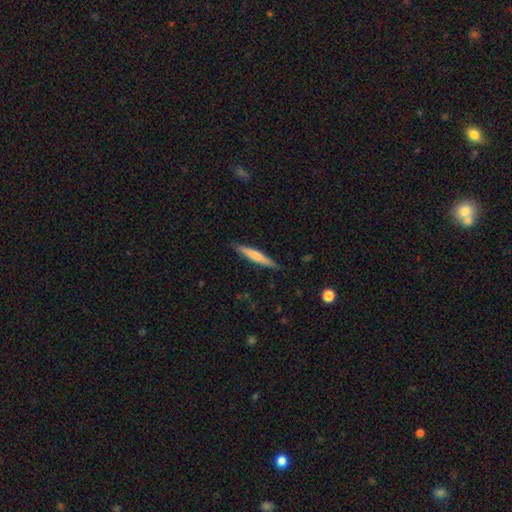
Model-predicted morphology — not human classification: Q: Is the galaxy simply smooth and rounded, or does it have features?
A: smooth — 64%.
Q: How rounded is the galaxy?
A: cigar-shaped — 93%.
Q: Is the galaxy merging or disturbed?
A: none — 87%.